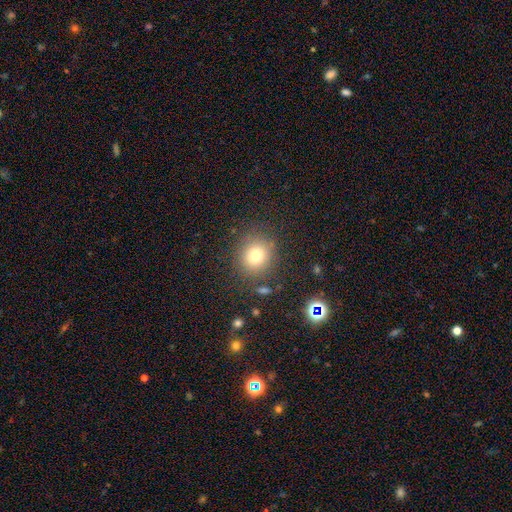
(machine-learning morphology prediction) Smooth or featured? smooth (76%)
How rounded? round (86%)
Merging? none (84%)